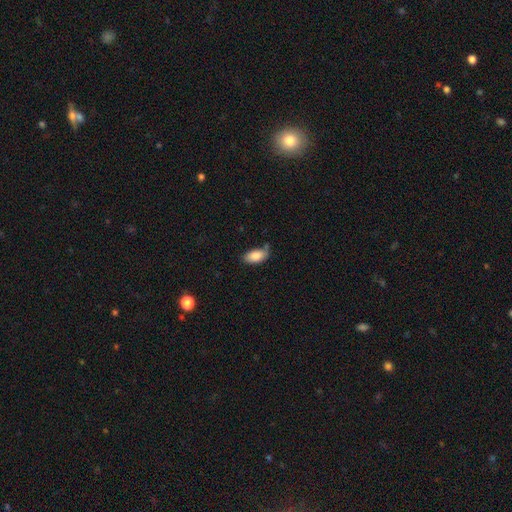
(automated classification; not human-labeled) This is clearly a smooth galaxy (86%). How rounded: clearly in between (94%). Merging: likely none (61%).